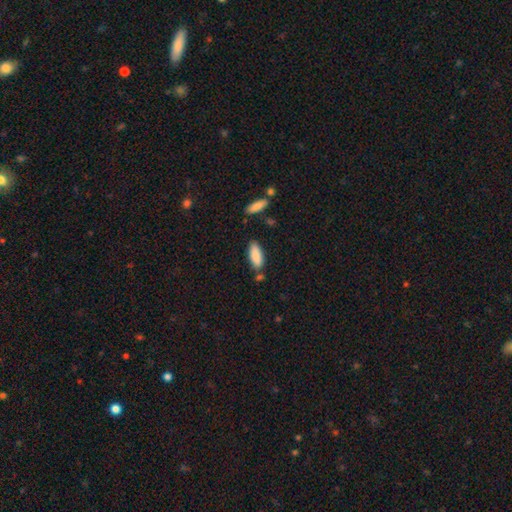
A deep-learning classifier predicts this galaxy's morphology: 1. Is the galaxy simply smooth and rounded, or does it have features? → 88% smooth, 6% star or artifact, 6% featured or disk.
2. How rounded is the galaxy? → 75% in between, 24% cigar-shaped, 2% round.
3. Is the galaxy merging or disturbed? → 75% none, 15% minor disturbance, 7% merger, 3% major disturbance.